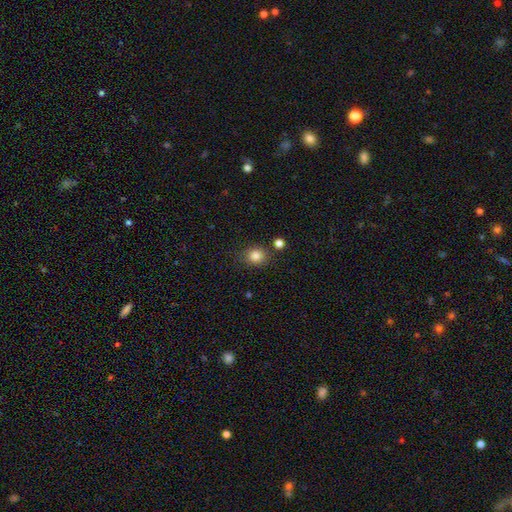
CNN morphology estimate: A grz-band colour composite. It shows a smooth galaxy with no disk features (83%) that is round (78%). Merging: none (80%).